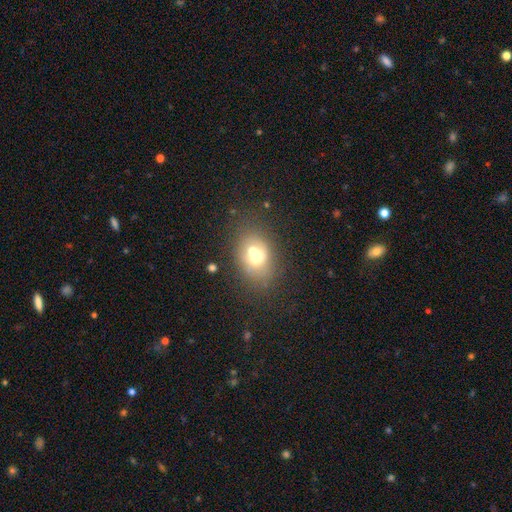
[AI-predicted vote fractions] A smooth galaxy with no disk features (60%) that is in between round and cigar-shaped (59%).

Vote fractions:
- Smooth or featured? smooth: 60% / featured or disk: 28% / star or artifact: 12%
- How rounded? in between: 59% / round: 40% / cigar-shaped: 1%
- Merging? merger: 44% / none: 38% / minor disturbance: 12% / major disturbance: 6%